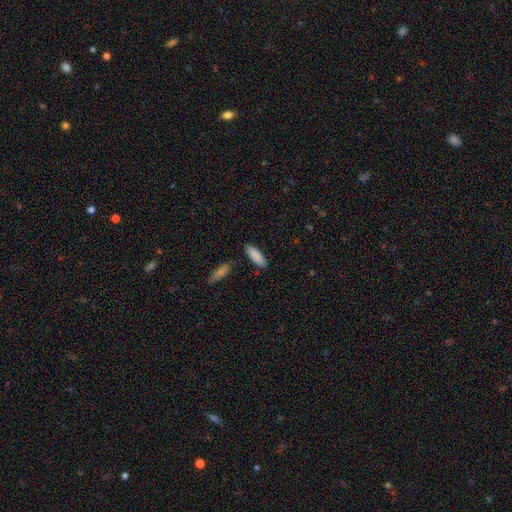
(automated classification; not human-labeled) Smooth or featured? smooth (88%)
How rounded? in between (62%)
Merging? none (85%)